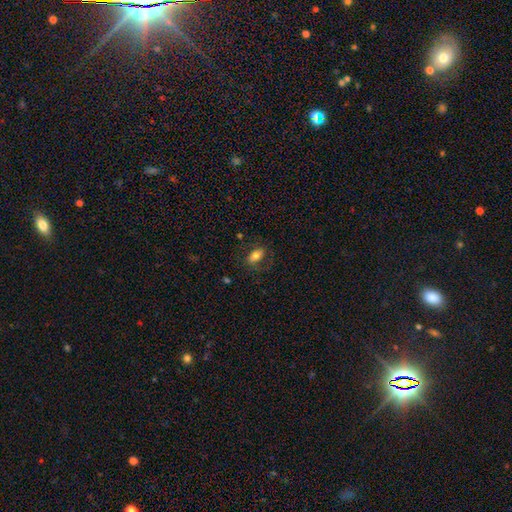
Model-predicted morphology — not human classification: smooth_or_featured: smooth (p=0.71) [alt: featured or disk p=0.21]
how_rounded: in between (p=0.89) [alt: round p=0.08]
merging: none (p=0.71) [alt: minor disturbance p=0.17]